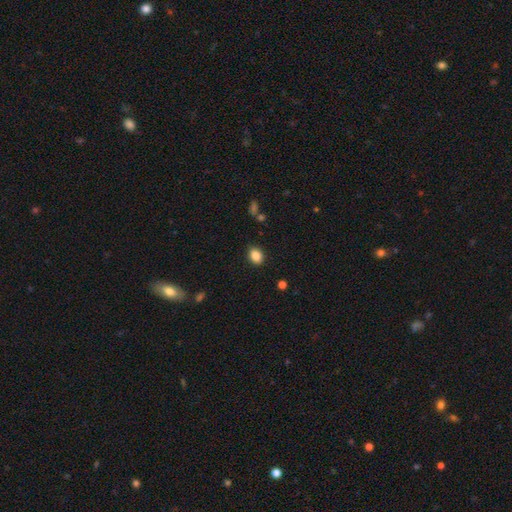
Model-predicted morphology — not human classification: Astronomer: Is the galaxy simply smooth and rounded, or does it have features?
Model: smooth — 86%.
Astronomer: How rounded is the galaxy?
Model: in between — 65%.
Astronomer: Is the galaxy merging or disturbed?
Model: none — 88%.